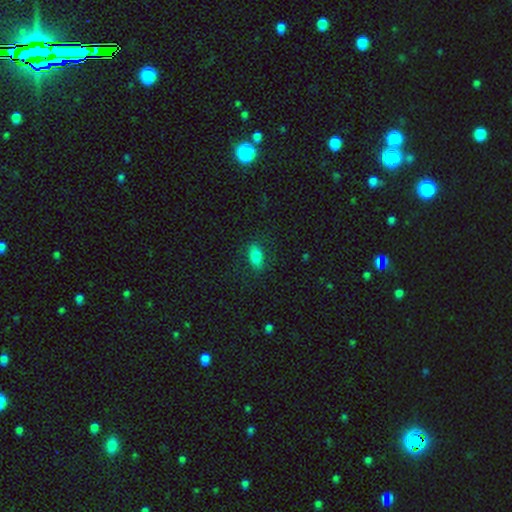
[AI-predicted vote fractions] A smooth galaxy with no disk features (78%) that is in between round and cigar-shaped (85%).

Vote fractions:
- Smooth or featured? smooth: 78% / star or artifact: 11% / featured or disk: 11%
- How rounded? in between: 85% / round: 8% / cigar-shaped: 7%
- Merging? none: 76% / minor disturbance: 16% / major disturbance: 7% / merger: 1%